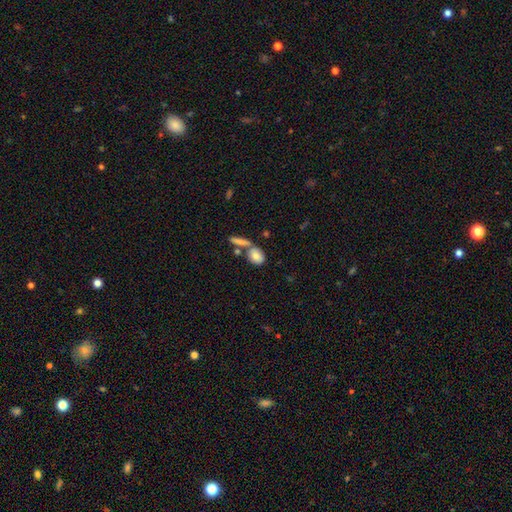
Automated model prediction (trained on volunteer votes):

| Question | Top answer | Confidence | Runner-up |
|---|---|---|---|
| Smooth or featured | smooth | 77% | featured or disk (15%) |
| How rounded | in between | 64% | round (30%) |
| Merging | none | 52% | merger (31%) |